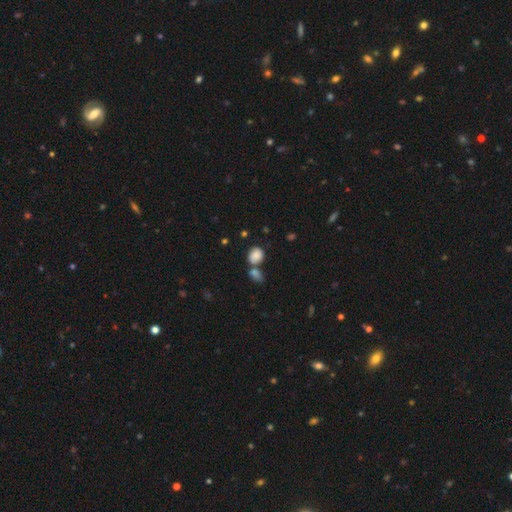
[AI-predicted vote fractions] smooth 85%, star or artifact 9%, featured or disk 6%. Down the decision tree: how rounded — round (58%); merging — none (45%).